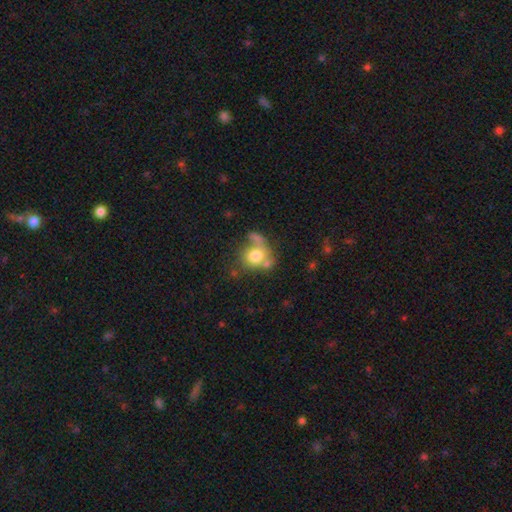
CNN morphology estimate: smooth 69%, featured or disk 22%, star or artifact 9%. Down the decision tree: how rounded — round (70%); merging — none (34%).